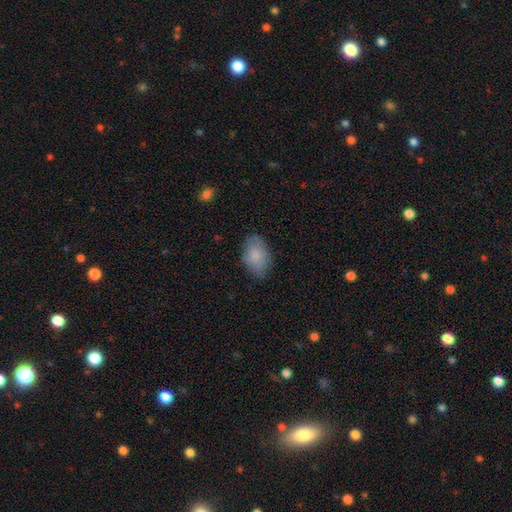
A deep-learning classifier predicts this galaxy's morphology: smooth 83%, featured or disk 11%, star or artifact 6%. Down the decision tree: how rounded — in between (90%); merging — none (75%).